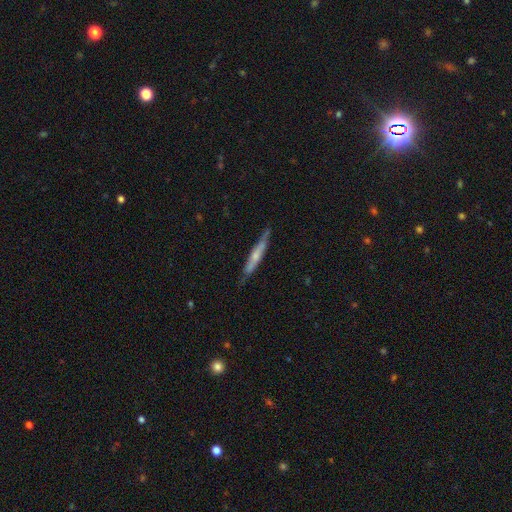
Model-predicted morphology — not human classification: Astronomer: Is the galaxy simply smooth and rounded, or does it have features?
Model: featured or disk — 56% (runner-up: smooth, 38%).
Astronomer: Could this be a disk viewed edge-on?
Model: yes — 89%.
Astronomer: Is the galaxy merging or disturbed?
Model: none — 77%.